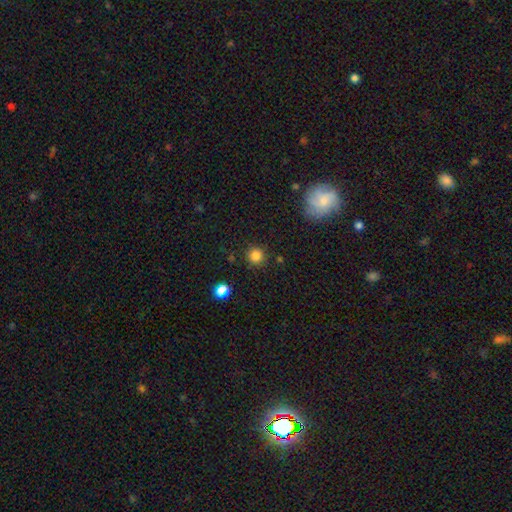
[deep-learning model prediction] Smooth or featured? Predicted: smooth (p=0.82). How rounded? Predicted: round (p=0.94). Merging? Predicted: none (p=0.88).